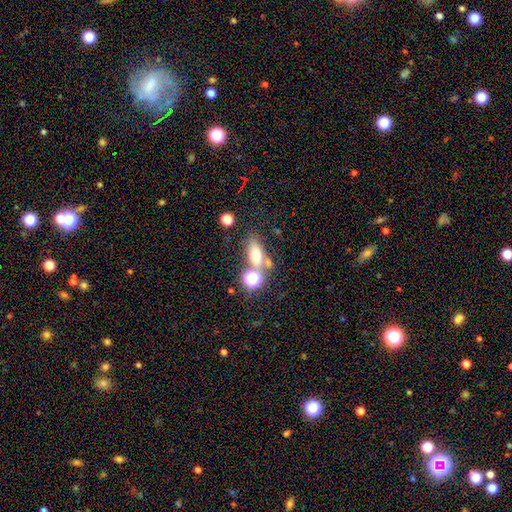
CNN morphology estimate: This appears to be a smooth galaxy with no disk features (64%) that is in between round and cigar-shaped (69%). Merging: none (56%).